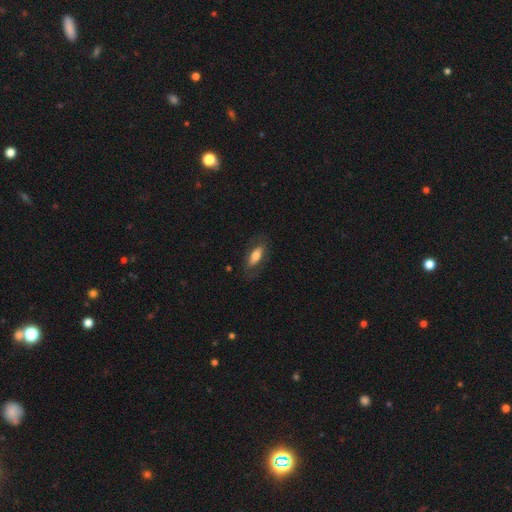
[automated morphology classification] A smooth galaxy with no disk features (68%) that is in between round and cigar-shaped (76%). Merging: none (76%).